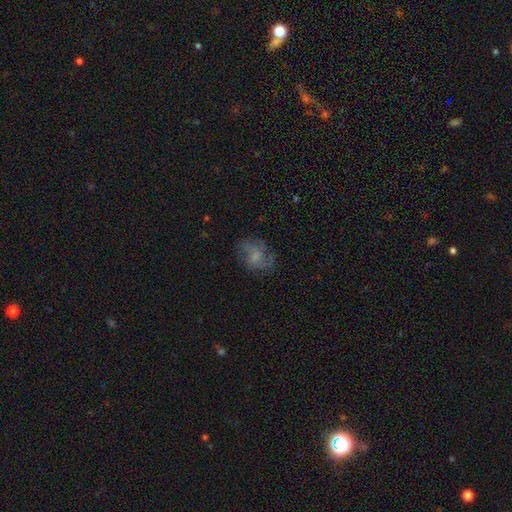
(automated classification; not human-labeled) Morphology: type=featured or disk (52%); edge-on=no (97%); bar=no (70%); spiral arms=yes (78%); bulge=small (37%); merging=none (63%).